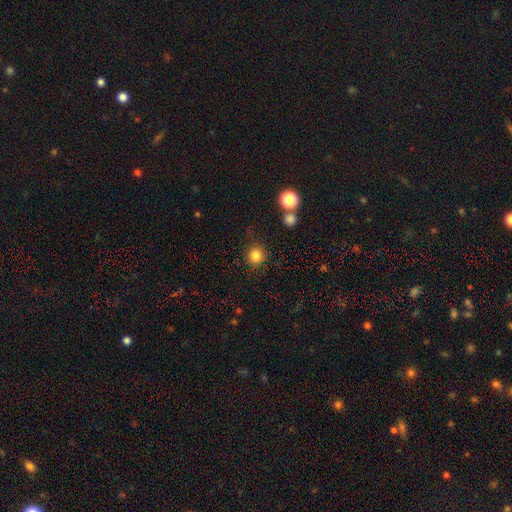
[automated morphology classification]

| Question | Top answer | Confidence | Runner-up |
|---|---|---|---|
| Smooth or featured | smooth | 83% | star or artifact (12%) |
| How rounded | round | 93% | in between (7%) |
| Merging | none | 87% | minor disturbance (8%) |